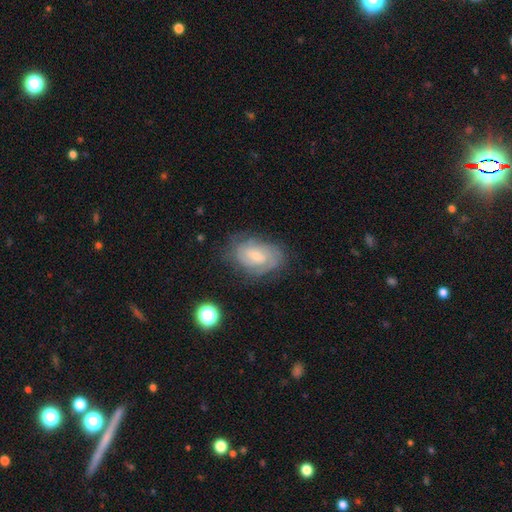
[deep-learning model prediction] This is likely a featured or disk galaxy (67%). It is clearly not viewed edge-on (96%). Bar: possibly no (49%). Spiral arm pattern: clearly yes (87%). Spiral arm count: possibly can't tell (48%). Spiral winding: likely tight (63%). Central bulge: possibly small (56%). Merging: likely none (70%).